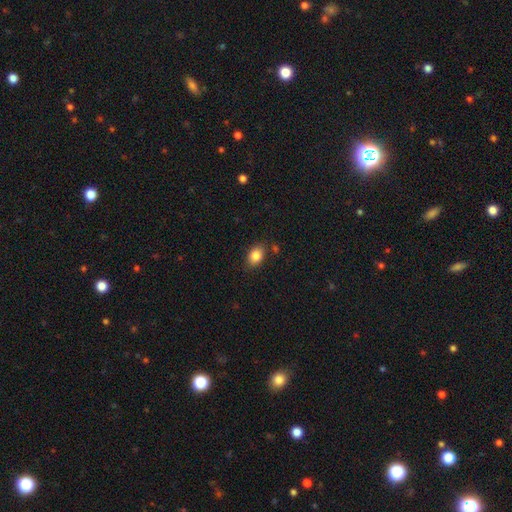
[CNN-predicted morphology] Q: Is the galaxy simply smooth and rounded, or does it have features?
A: smooth — 84%.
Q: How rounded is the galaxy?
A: in between — 75%.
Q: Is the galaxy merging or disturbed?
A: none — 81%.